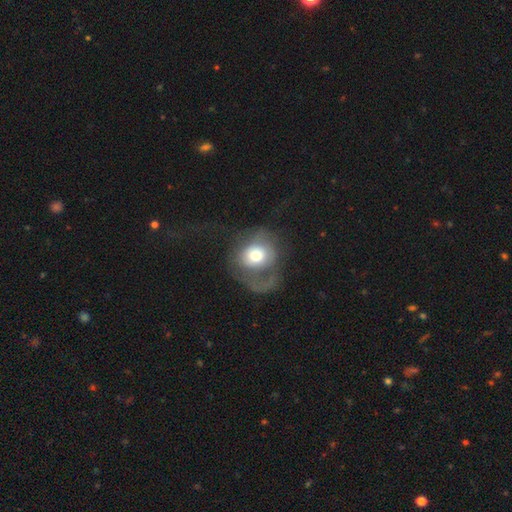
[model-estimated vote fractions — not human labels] smooth-or-featured: smooth: 55% | featured or disk: 37% | star or artifact: 8%
  how-rounded: round: 71% | in between: 28% | cigar-shaped: 1%
  merging: major disturbance: 58% | none: 23% | minor disturbance: 16% | merger: 3%